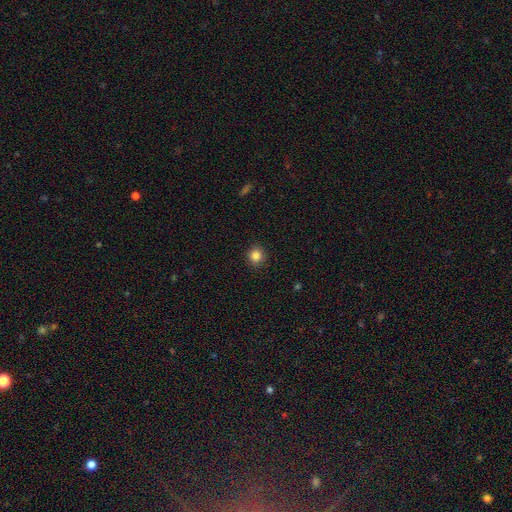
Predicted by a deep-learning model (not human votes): A smooth galaxy with no disk features (85%) that is round (92%).

Vote fractions:
- Smooth or featured? smooth: 85% / star or artifact: 11% / featured or disk: 4%
- How rounded? round: 92% / in between: 7% / cigar-shaped: 1%
- Merging? none: 90% / minor disturbance: 7% / major disturbance: 2% / merger: 1%